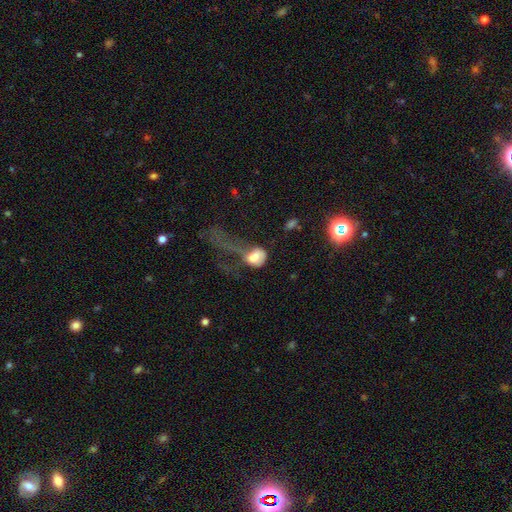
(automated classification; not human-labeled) Smooth or featured: smooth — 65% (featured or disk — 25%)
How rounded: in between — 49% (tied with round — 49%)
Merging: major disturbance — 68% (minor disturbance — 12%)